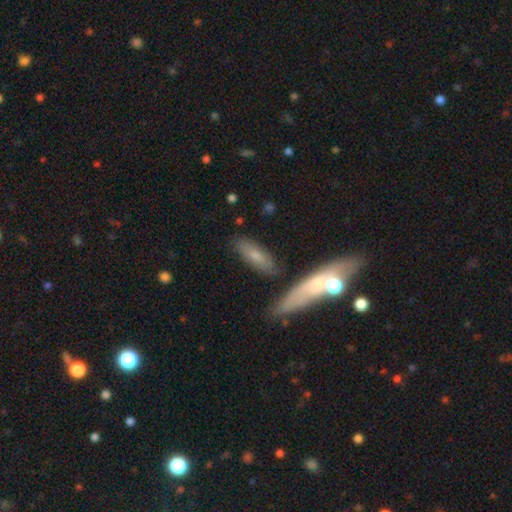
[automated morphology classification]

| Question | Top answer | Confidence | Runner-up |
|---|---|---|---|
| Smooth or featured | smooth | 66% | featured or disk (26%) |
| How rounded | in between | 54% | cigar-shaped (43%) |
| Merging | none | 76% | minor disturbance (15%) |